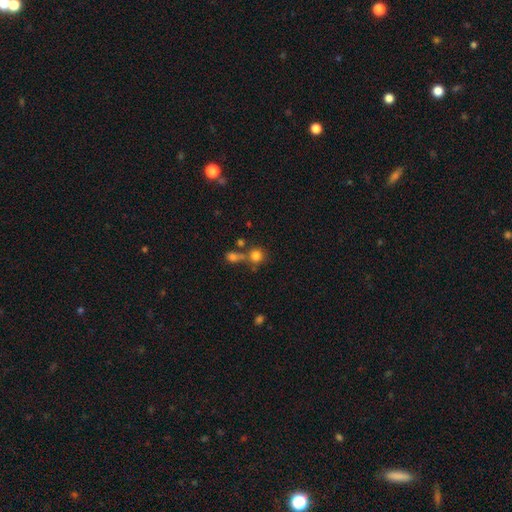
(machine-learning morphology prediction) A smooth galaxy with no disk features (78%) that is round (88%).

Vote fractions:
- Smooth or featured? smooth: 78% / star or artifact: 13% / featured or disk: 9%
- How rounded? round: 88% / in between: 11% / cigar-shaped: 1%
- Merging? none: 56% / merger: 28% / minor disturbance: 10% / major disturbance: 6%